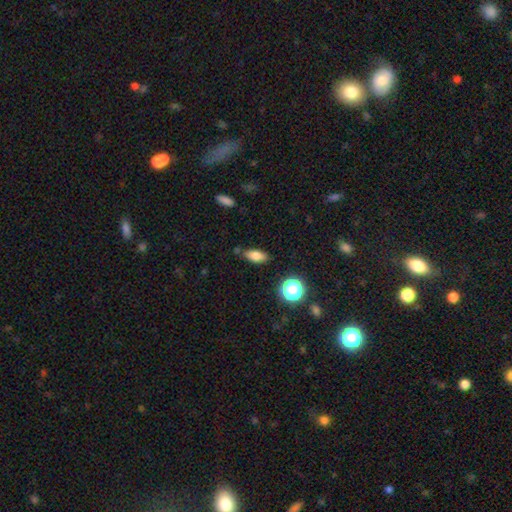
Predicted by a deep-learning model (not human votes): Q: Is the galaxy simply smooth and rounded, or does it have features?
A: smooth — 78%.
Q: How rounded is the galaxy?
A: in between — 78%.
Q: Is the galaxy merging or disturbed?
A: none — 78%.